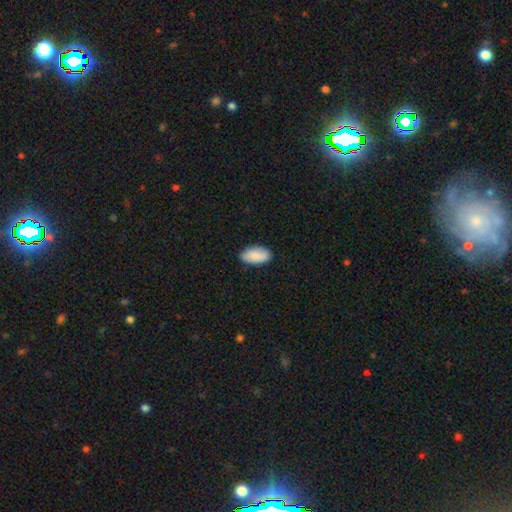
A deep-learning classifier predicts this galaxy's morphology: Q: Smooth or featured?
A: smooth (87%); runner-up: featured or disk (7%)
Q: How rounded?
A: in between (94%); runner-up: cigar-shaped (4%)
Q: Merging?
A: none (84%); runner-up: minor disturbance (13%)